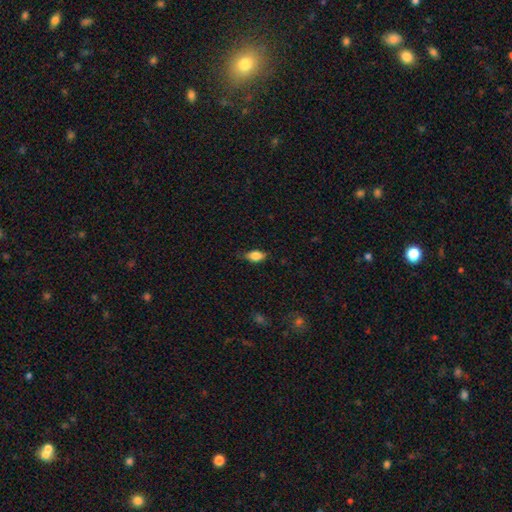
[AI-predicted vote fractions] Q: Smooth or featured?
A: smooth (81%); runner-up: featured or disk (12%)
Q: How rounded?
A: in between (87%); runner-up: cigar-shaped (7%)
Q: Merging?
A: none (71%); runner-up: minor disturbance (23%)